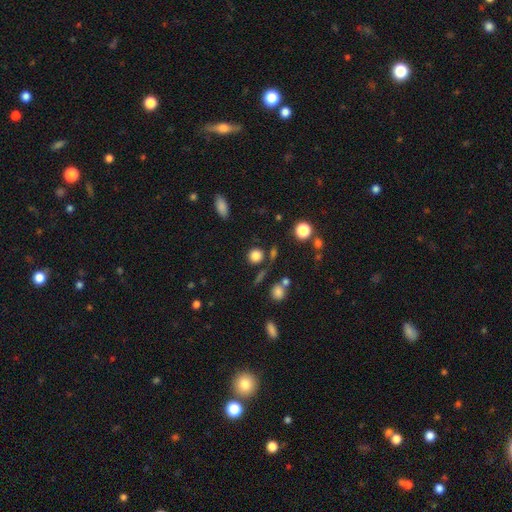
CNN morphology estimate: smooth-or-featured: smooth: 81% | star or artifact: 13% | featured or disk: 5%
  how-rounded: round: 88% | in between: 11% | cigar-shaped: 1%
  merging: none: 78% | minor disturbance: 10% | merger: 7% | major disturbance: 5%